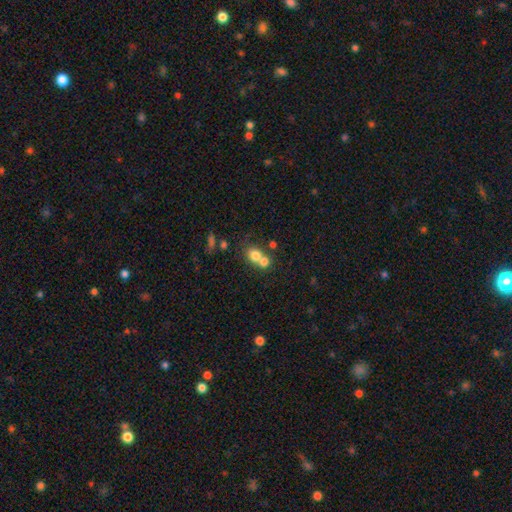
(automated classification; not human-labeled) smooth-or-featured: smooth: 74% | featured or disk: 15% | star or artifact: 11%
  how-rounded: round: 67% | in between: 32% | cigar-shaped: 1%
  merging: merger: 60% | none: 30% | minor disturbance: 6% | major disturbance: 3%